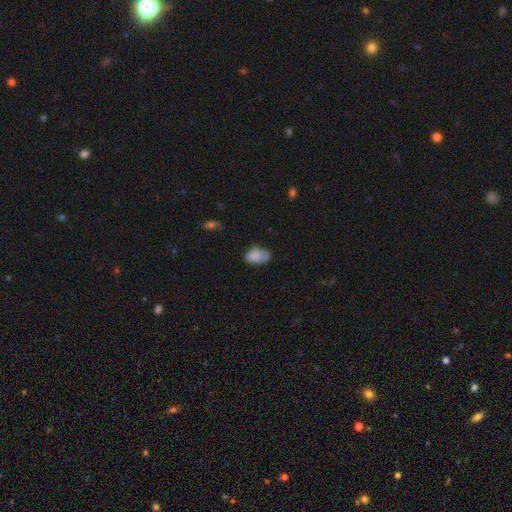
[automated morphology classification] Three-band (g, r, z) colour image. It shows a smooth galaxy with no disk features (81%) that is in between round and cigar-shaped (88%). Merging: none (52%).